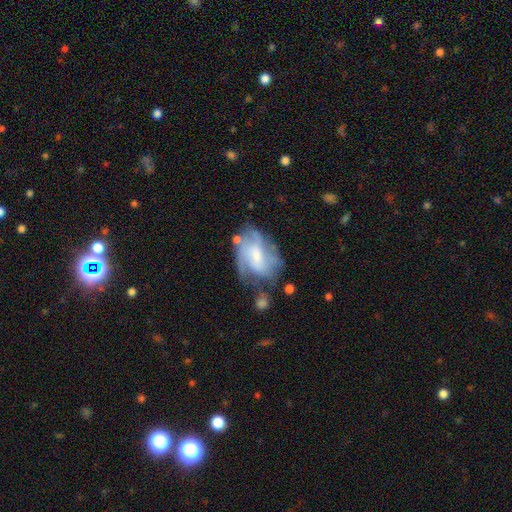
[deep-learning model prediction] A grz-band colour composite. It shows a featured or disk galaxy (66%) with no bar (45%), spiral arms (73%) and a small central bulge (43%). Merging: none (43%).